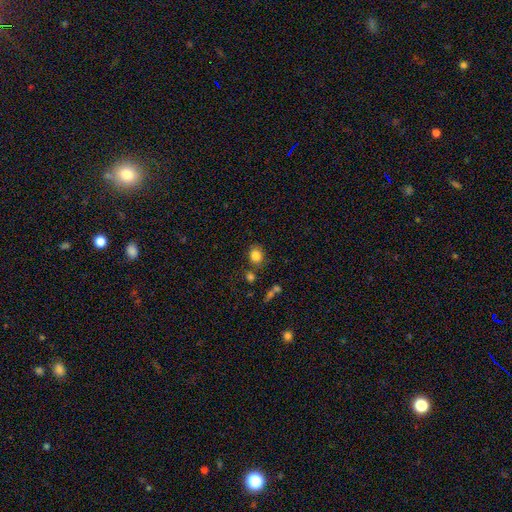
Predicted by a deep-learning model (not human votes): A smooth galaxy with no disk features (84%) that is round (62%). Merging: none (71%).